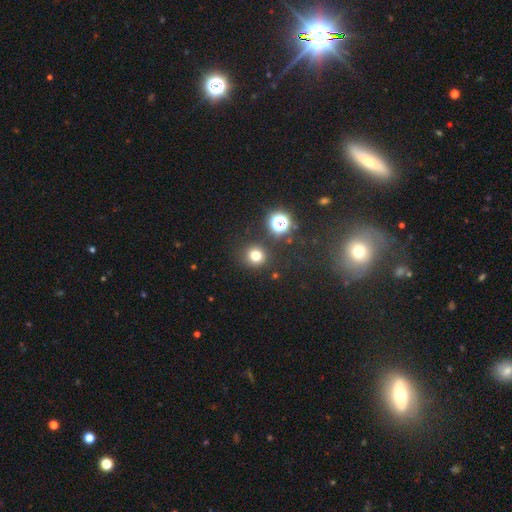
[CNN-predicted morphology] This appears to be a smooth galaxy with no disk features (74%) that is round (90%). Merging: none (86%).